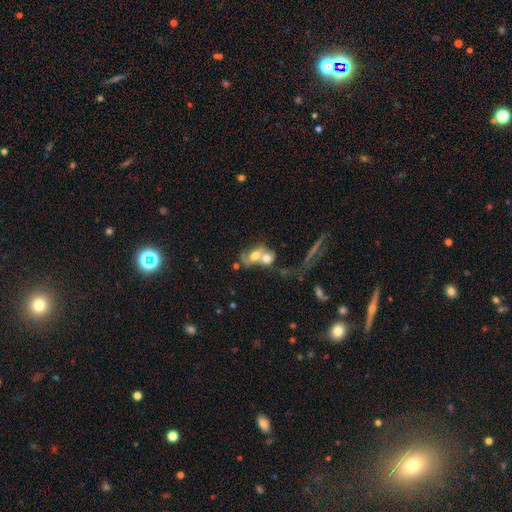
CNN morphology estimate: smooth-or-featured: smooth: 53% | featured or disk: 36% | star or artifact: 11%
  how-rounded: in between: 67% | round: 29% | cigar-shaped: 4%
  merging: merger: 73% | none: 13% | major disturbance: 8% | minor disturbance: 6%